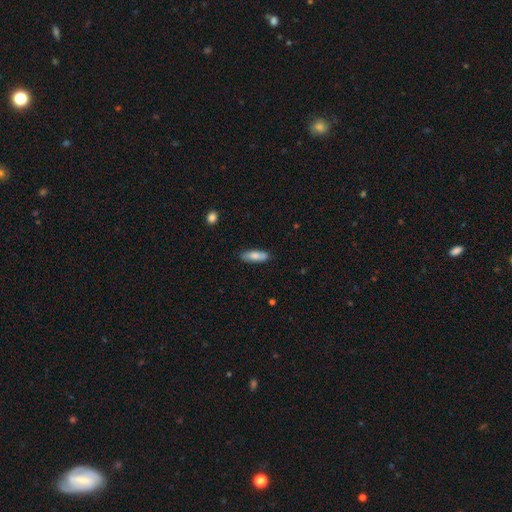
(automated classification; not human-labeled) smooth 79%, featured or disk 15%, star or artifact 6%. Down the decision tree: how rounded — in between (57%); merging — none (82%).